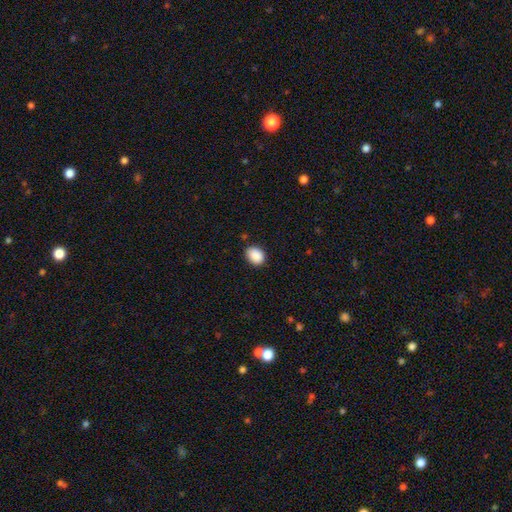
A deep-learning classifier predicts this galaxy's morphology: type=smooth (90%); roundness=in between (63%); merging=none (84%).